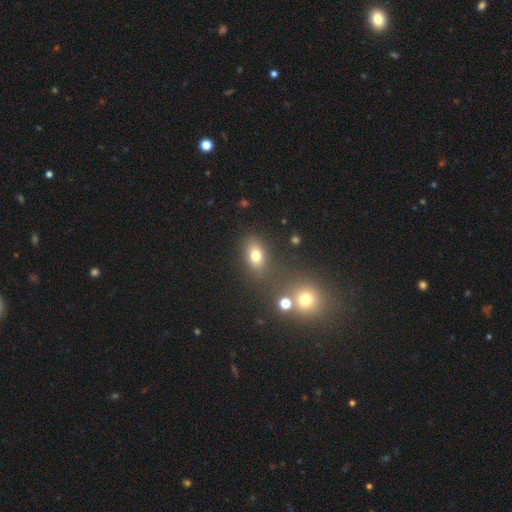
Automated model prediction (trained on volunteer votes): Smooth or featured? Predicted: smooth (p=0.75). How rounded? Predicted: in between (p=0.72). Merging? Predicted: none (p=0.74).